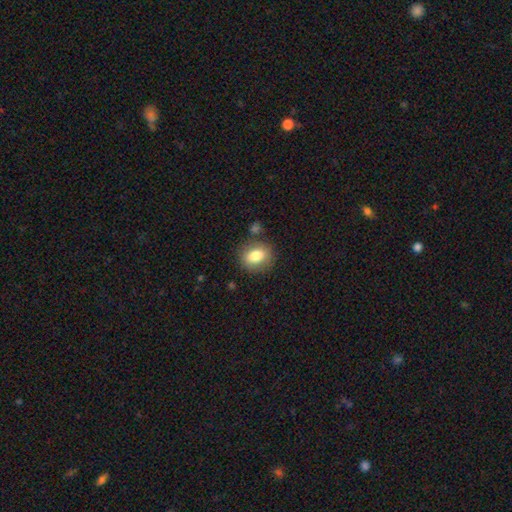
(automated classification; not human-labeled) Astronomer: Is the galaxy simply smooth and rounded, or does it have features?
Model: smooth — 79%.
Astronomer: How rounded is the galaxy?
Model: round — 58% (runner-up: in between, 40%).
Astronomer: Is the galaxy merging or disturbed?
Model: none — 81%.